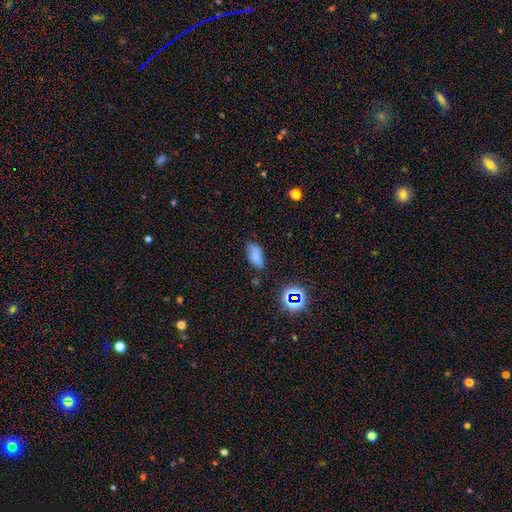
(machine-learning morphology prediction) Overall: smooth (76%). How rounded: in between (86%). Merging: none (70%).